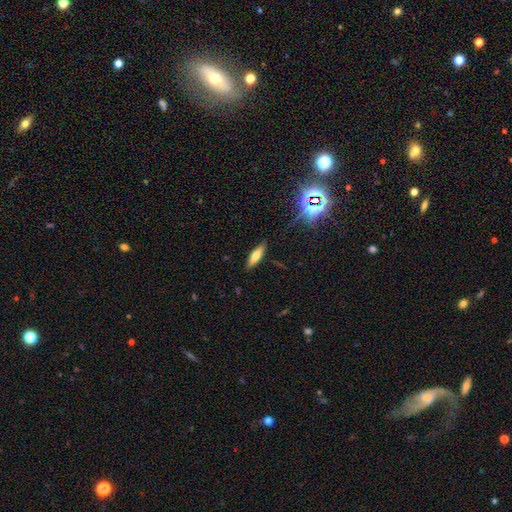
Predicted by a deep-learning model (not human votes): A smooth galaxy with no disk features (64%) that is cigar-shaped (54%). Merging: none (85%).